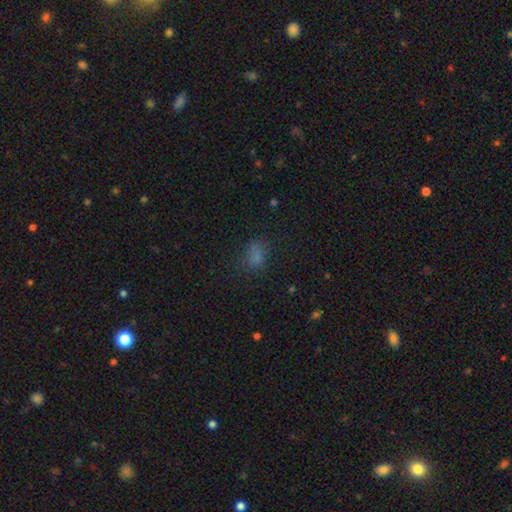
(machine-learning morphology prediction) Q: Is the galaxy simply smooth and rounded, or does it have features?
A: smooth — 71%.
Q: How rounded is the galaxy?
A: in between — 74%.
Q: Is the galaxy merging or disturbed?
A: none — 64%.